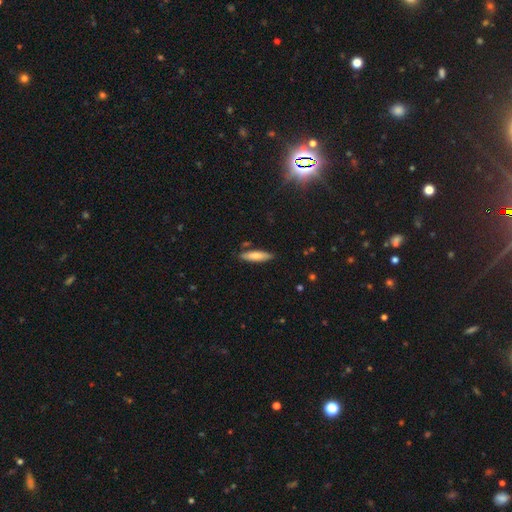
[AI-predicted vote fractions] Smooth or featured? Predicted: smooth (p=0.74). How rounded? Predicted: cigar-shaped (p=0.68). Merging? Predicted: none (p=0.85).